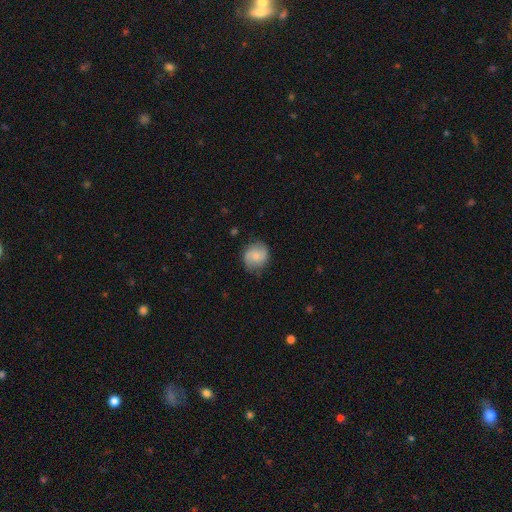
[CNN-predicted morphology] A featured or disk galaxy (47%). Merging: none (78%).